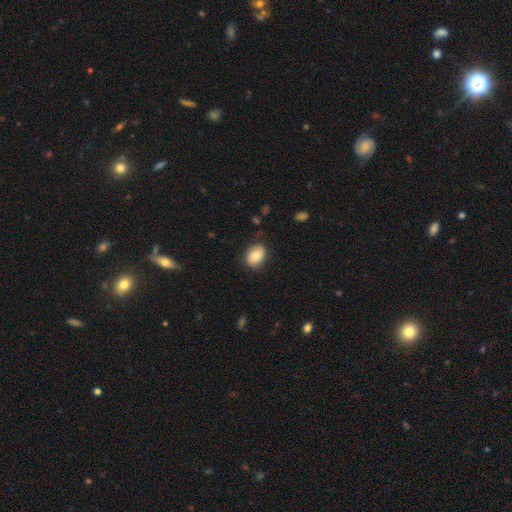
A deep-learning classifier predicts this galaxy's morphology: smooth_or_featured: smooth (p=0.79) [alt: featured or disk p=0.13]
how_rounded: in between (p=0.55) [alt: round p=0.44]
merging: none (p=0.83) [alt: minor disturbance p=0.13]